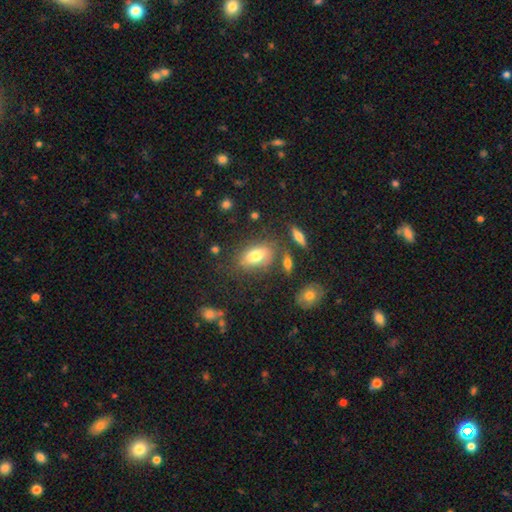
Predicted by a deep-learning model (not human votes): This is likely a smooth galaxy (74%). How rounded: clearly in between (86%). Merging: likely none (69%).